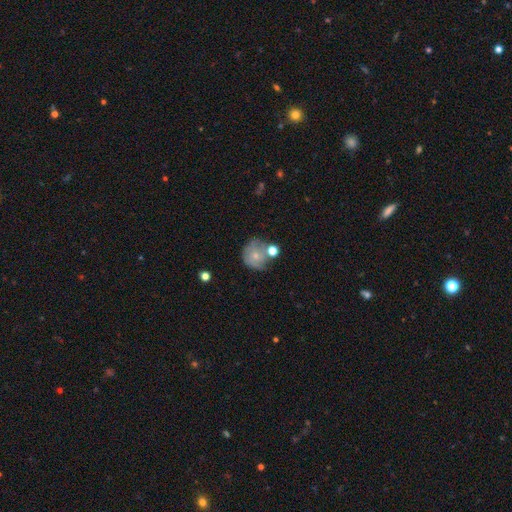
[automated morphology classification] Q: Smooth or featured?
A: smooth (64%); runner-up: featured or disk (27%)
Q: How rounded?
A: round (84%); runner-up: in between (15%)
Q: Merging?
A: none (46%); runner-up: minor disturbance (23%)